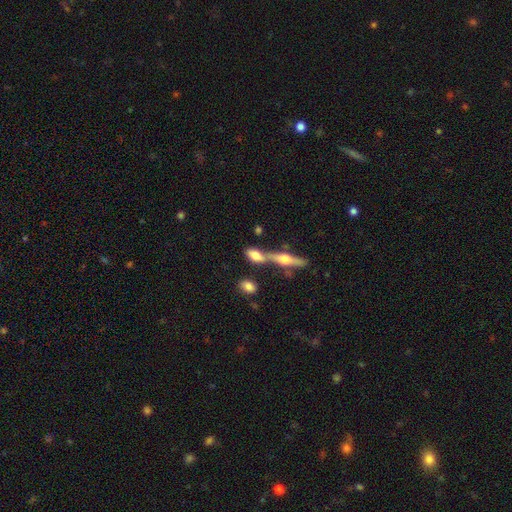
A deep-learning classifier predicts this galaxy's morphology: A smooth galaxy with no disk features (63%) that is in between round and cigar-shaped (76%). Merging: none (46%).